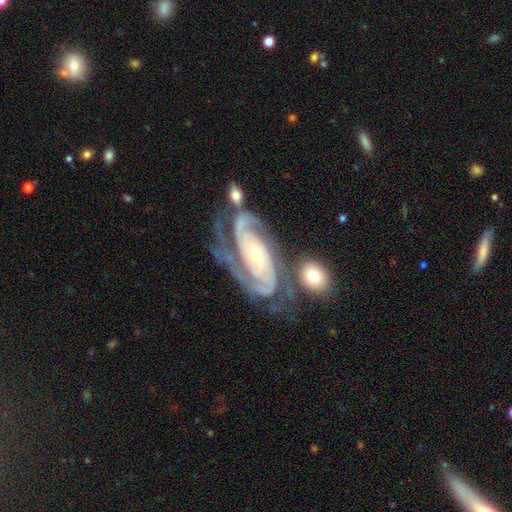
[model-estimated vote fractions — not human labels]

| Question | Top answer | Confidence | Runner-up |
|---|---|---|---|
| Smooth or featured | featured or disk | 93% | star or artifact (4%) |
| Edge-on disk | no | 96% | yes (4%) |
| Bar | no | 57% | weak (25%) |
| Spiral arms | yes | 99% | no (1%) |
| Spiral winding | tight | 66% | medium (29%) |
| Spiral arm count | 2 | 67% | 3 (16%) |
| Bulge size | small | 66% | moderate (30%) |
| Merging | none | 55% | minor disturbance (19%) |